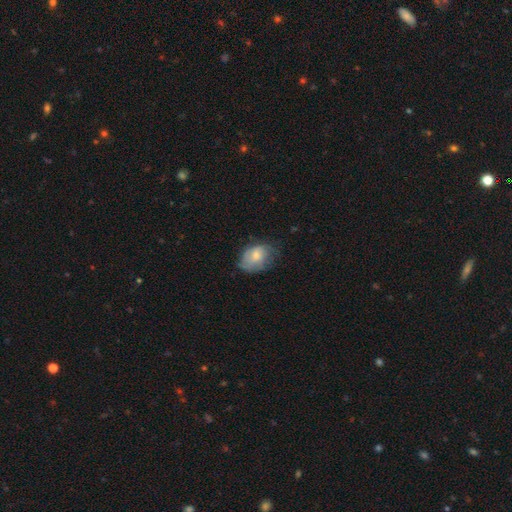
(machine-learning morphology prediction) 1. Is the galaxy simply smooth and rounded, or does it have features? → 63% smooth, 30% featured or disk, 7% star or artifact.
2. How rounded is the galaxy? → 76% in between, 23% round, 1% cigar-shaped.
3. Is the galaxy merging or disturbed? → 54% none, 33% minor disturbance, 12% major disturbance, 1% merger.